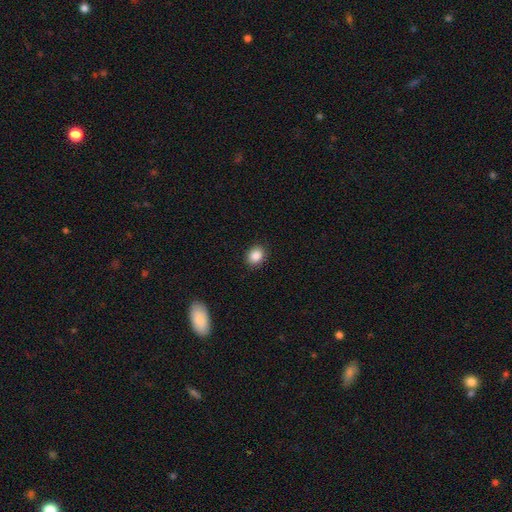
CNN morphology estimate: Smooth or featured?
  - smooth: 88% *
  - star or artifact: 9%
  - featured or disk: 3%
How rounded?
  - round: 60% *
  - in between: 39%
  - cigar-shaped: 1%
Merging?
  - none: 88% *
  - minor disturbance: 8%
  - major disturbance: 2%
  - merger: 1%